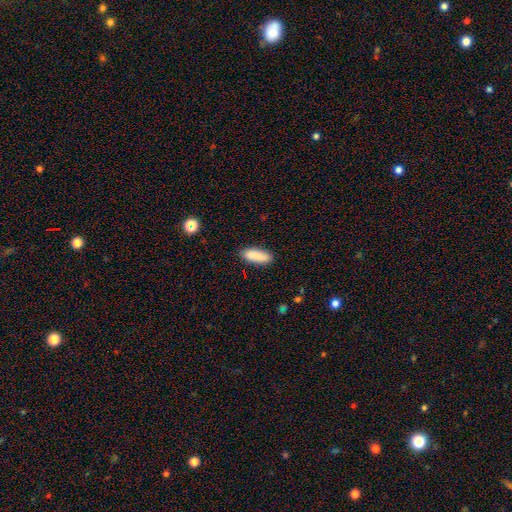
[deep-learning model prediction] Smooth or featured? Predicted: smooth (p=0.88). How rounded? Predicted: in between (p=0.66). Merging? Predicted: none (p=0.85).